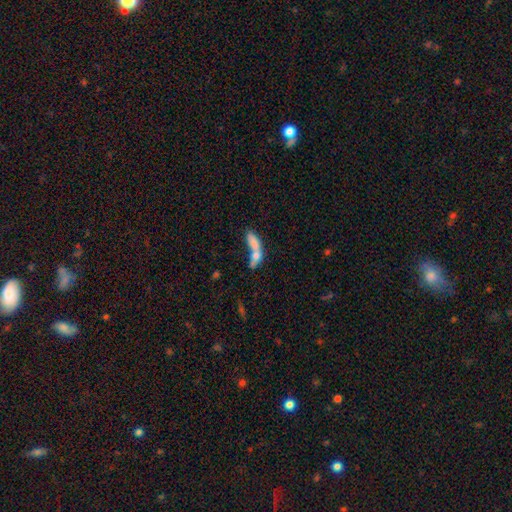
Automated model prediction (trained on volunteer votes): This appears to be a smooth galaxy with no disk features (66%) that is in between round and cigar-shaped (58%). Merging: merger (64%).